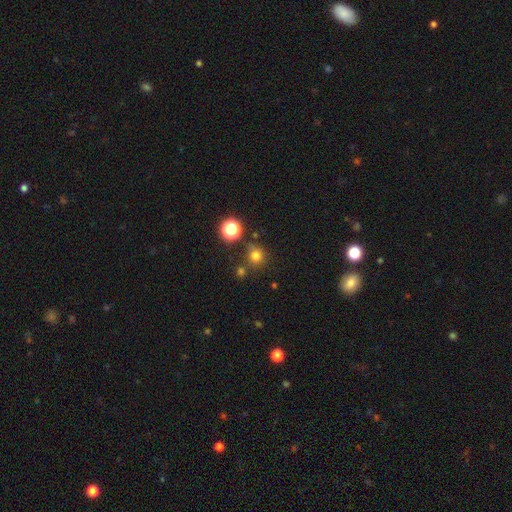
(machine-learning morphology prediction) smooth-or-featured: smooth: 74% | star or artifact: 20% | featured or disk: 6%
  how-rounded: round: 91% | in between: 8% | cigar-shaped: 1%
  merging: none: 76% | merger: 10% | minor disturbance: 10% | major disturbance: 4%